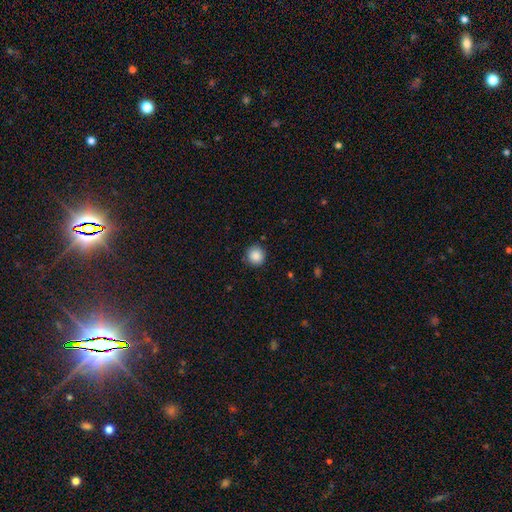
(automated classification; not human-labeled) Q: Smooth or featured?
A: smooth (87%); runner-up: star or artifact (9%)
Q: How rounded?
A: round (93%); runner-up: in between (6%)
Q: Merging?
A: none (89%); runner-up: minor disturbance (8%)